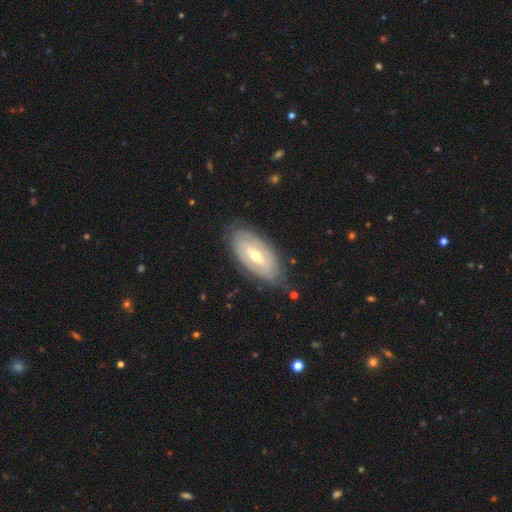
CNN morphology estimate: smooth-or-featured: featured or disk: 75% | smooth: 20% | star or artifact: 5%
  disk-edge-on: no: 90% | yes: 10%
    bar: weak: 39% | strong: 31% | no: 30%
    has-spiral-arms: yes: 63% | no: 37%
    bulge-size: moderate: 62% | small: 33% | large: 3% | none: 1% | dominant: 1%
  merging: none: 80% | minor disturbance: 14% | major disturbance: 4% | merger: 1%